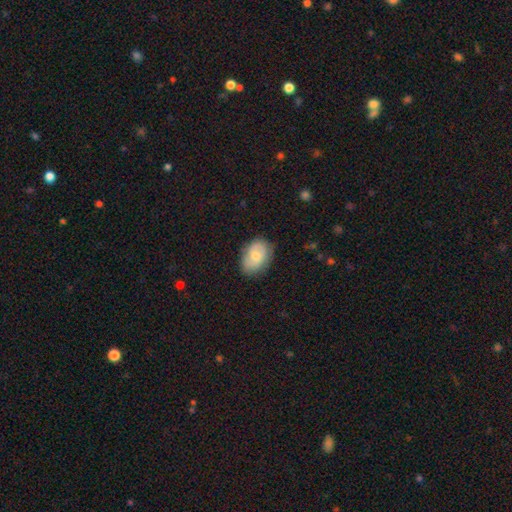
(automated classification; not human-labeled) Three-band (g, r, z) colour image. It shows a smooth galaxy with no disk features (61%) that is in between round and cigar-shaped (79%). Merging: none (75%).